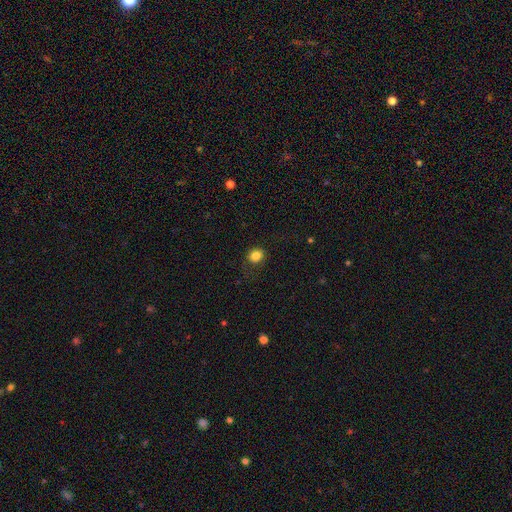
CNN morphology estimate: smooth 84%, star or artifact 12%, featured or disk 5%. Down the decision tree: how rounded — round (77%); merging — none (79%).